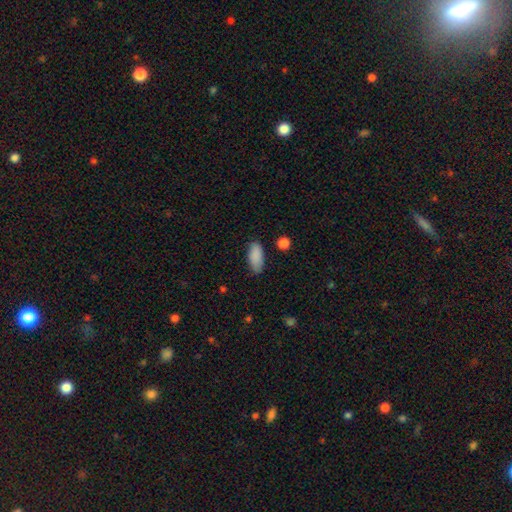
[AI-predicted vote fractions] This is clearly a smooth galaxy (88%). How rounded: clearly in between (87%). Merging: likely none (78%).